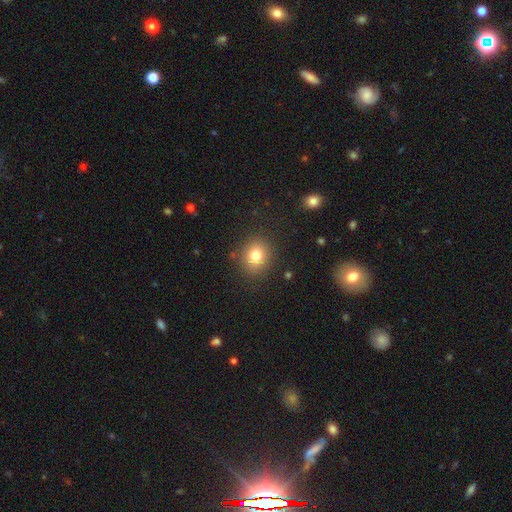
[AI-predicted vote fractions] Overall: smooth (78%). How rounded: round (71%). Merging: none (86%).